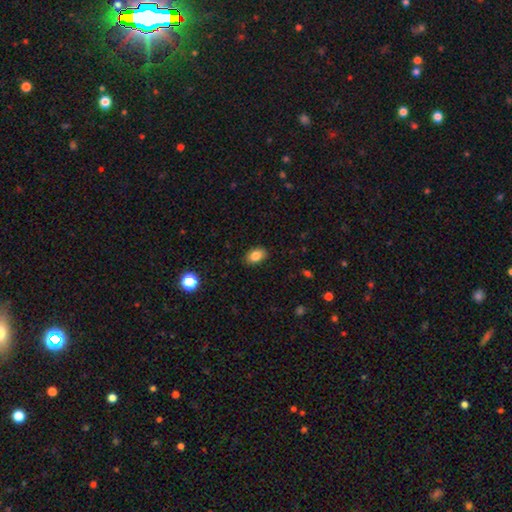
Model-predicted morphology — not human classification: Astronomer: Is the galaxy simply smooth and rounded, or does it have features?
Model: smooth — 84%.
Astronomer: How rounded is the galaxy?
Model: in between — 82%.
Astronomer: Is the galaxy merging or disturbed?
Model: none — 88%.